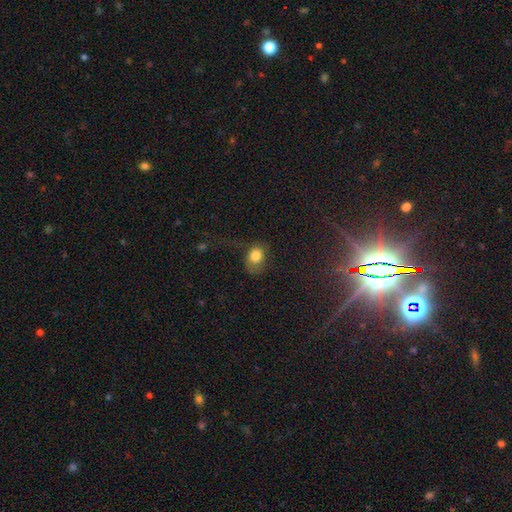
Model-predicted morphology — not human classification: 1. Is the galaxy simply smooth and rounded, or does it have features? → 79% smooth, 12% featured or disk, 10% star or artifact.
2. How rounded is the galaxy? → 56% in between, 43% round, 1% cigar-shaped.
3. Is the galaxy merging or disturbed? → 42% none, 29% major disturbance, 26% minor disturbance, 3% merger.